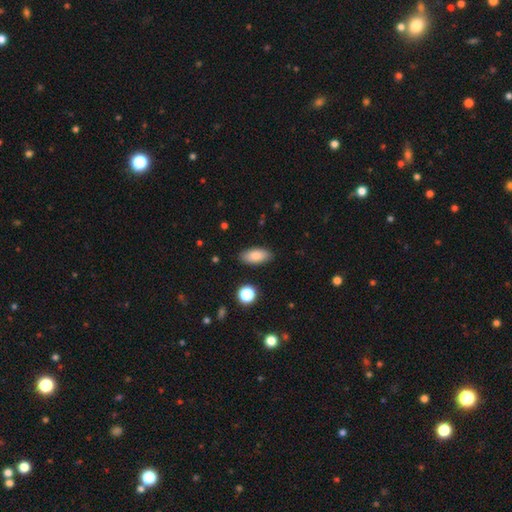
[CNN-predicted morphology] smooth_or_featured: smooth (p=0.84) [alt: featured or disk p=0.08]
how_rounded: in between (p=0.88) [alt: cigar-shaped p=0.09]
merging: none (p=0.87) [alt: minor disturbance p=0.09]